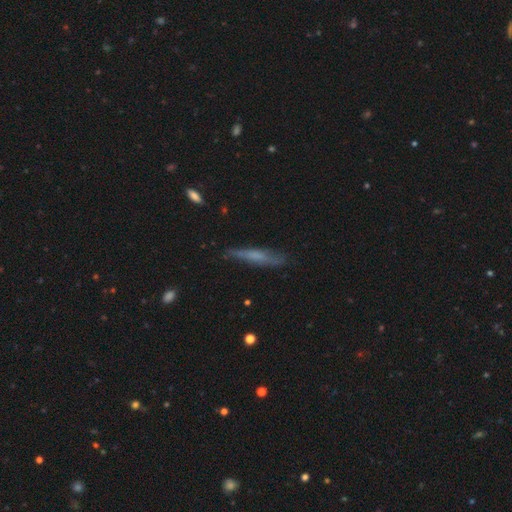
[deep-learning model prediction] The model was most divided on "smooth or featured": smooth: 47%, featured or disk: 44%, star or artifact: 8%. More confident: merging — none (72%).